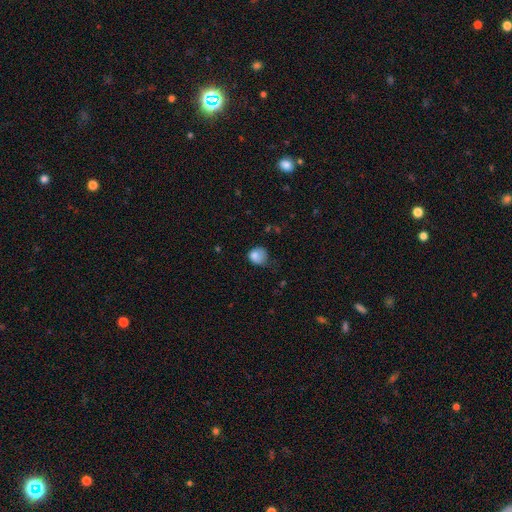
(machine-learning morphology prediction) Q: Smooth or featured?
A: smooth (80%); runner-up: featured or disk (10%)
Q: How rounded?
A: round (67%); runner-up: in between (32%)
Q: Merging?
A: minor disturbance (38%); tied with: none (38%)